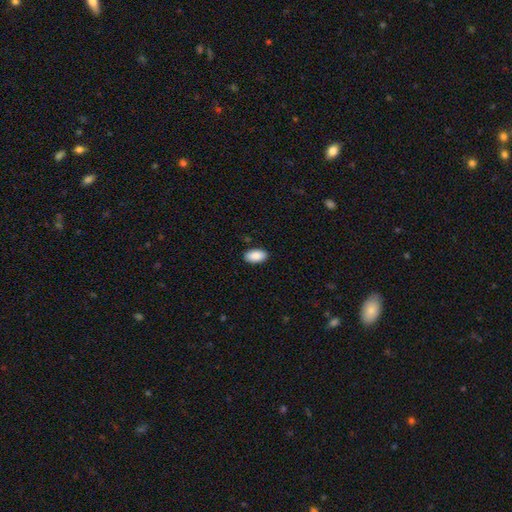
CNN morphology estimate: Smooth or featured? smooth (90%)
How rounded? in between (95%)
Merging? none (90%)